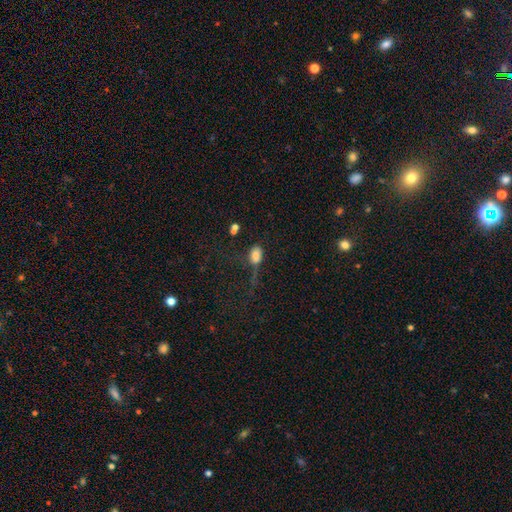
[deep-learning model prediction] Q: Smooth or featured?
A: smooth (80%); runner-up: star or artifact (13%)
Q: How rounded?
A: in between (86%); runner-up: round (11%)
Q: Merging?
A: none (43%); runner-up: major disturbance (26%)